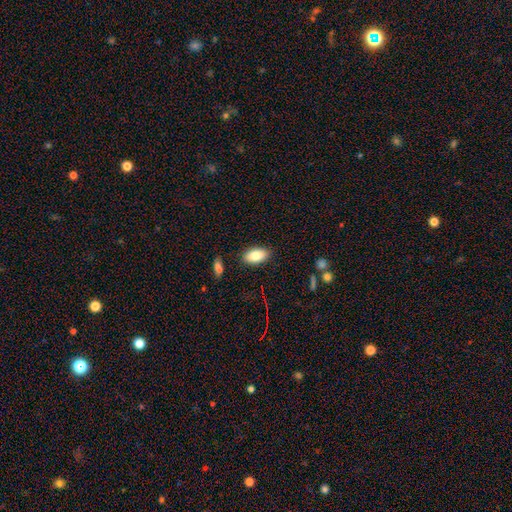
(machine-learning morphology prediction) smooth-or-featured: smooth: 85% | featured or disk: 8% | star or artifact: 7%
  how-rounded: in between: 93% | round: 4% | cigar-shaped: 3%
  merging: none: 86% | minor disturbance: 9% | major disturbance: 2% | merger: 2%